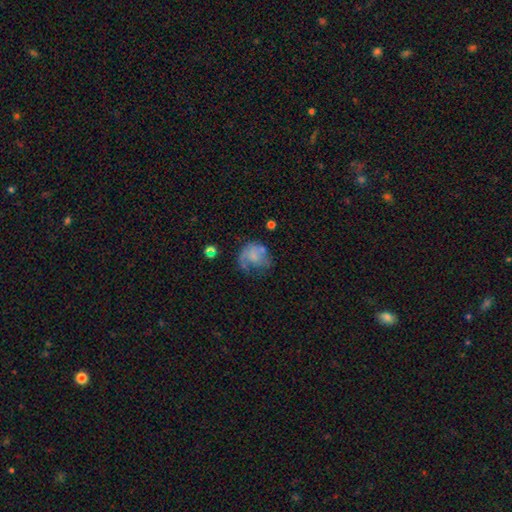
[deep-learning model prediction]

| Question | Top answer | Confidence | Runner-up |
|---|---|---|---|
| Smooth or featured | smooth | 47% | featured or disk (41%) |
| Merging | major disturbance | 38% | none (32%) |